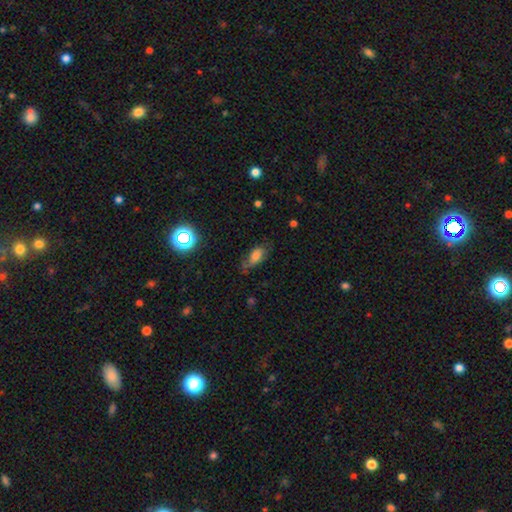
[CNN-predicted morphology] smooth 63%, featured or disk 24%, star or artifact 13%. Down the decision tree: how rounded — in between (85%); merging — none (50%).